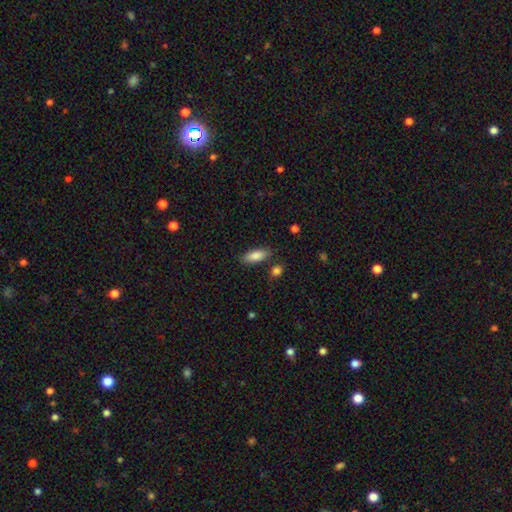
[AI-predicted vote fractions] Overall: smooth (85%). How rounded: in between (77%). Merging: none (80%).